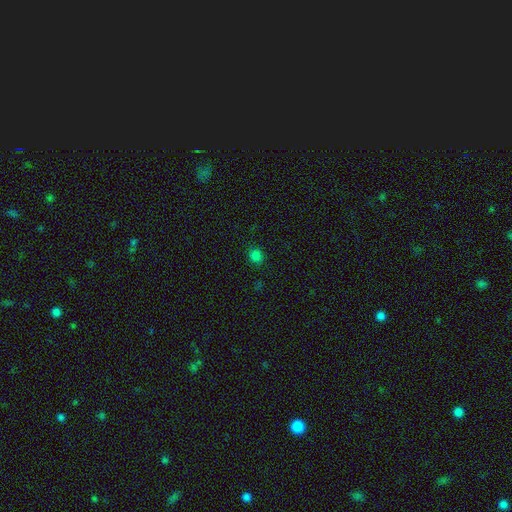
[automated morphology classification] A smooth galaxy with no disk features (79%) that is round (84%). Merging: none (87%).